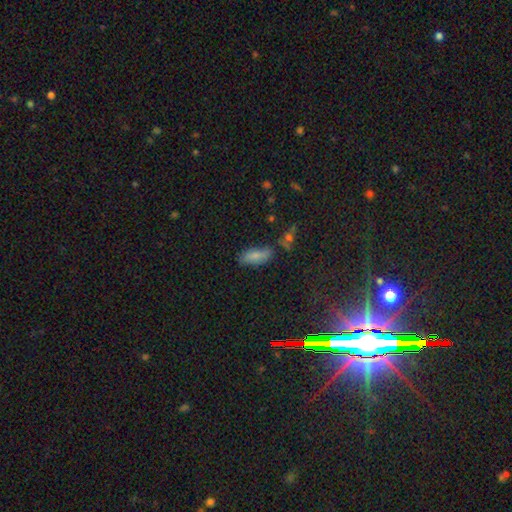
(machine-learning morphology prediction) This appears to be a smooth galaxy with no disk features (77%) that is in between round and cigar-shaped (75%). Merging: none (69%).